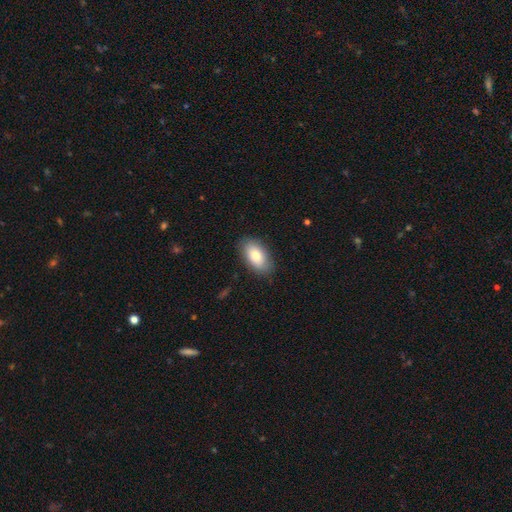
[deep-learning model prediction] Smooth or featured? smooth (79%)
How rounded? in between (93%)
Merging? none (85%)